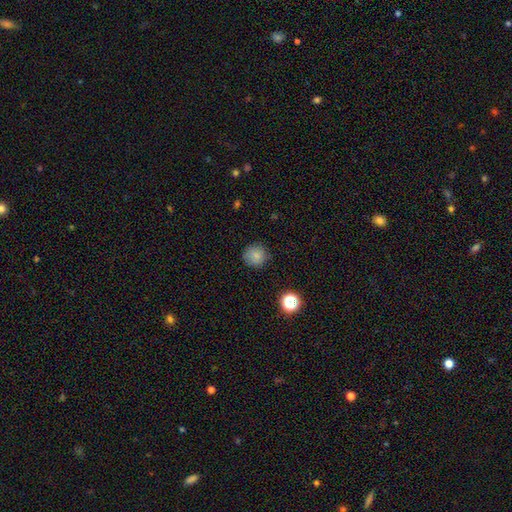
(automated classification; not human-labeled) A smooth galaxy with no disk features (82%) that is round (92%). Merging: none (86%).